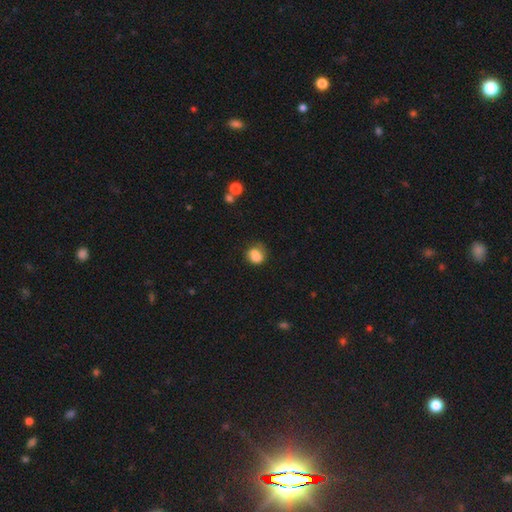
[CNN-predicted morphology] Smooth or featured?
  - smooth: 79% *
  - featured or disk: 12%
  - star or artifact: 10%
How rounded?
  - round: 63% *
  - in between: 36%
  - cigar-shaped: 1%
Merging?
  - none: 47% *
  - minor disturbance: 27%
  - major disturbance: 14%
  - merger: 13%